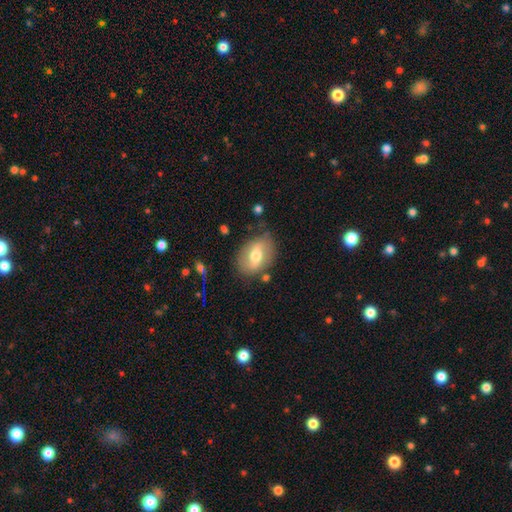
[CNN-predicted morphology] This is possibly a smooth galaxy (52%). How rounded: likely in between (74%). Merging: likely none (74%).